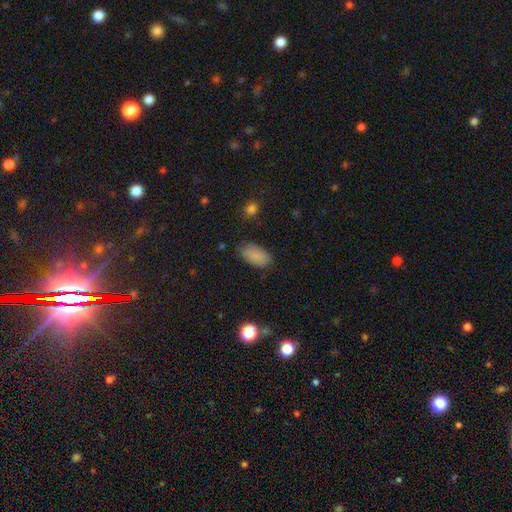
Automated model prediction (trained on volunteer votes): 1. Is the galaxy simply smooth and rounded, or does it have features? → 86% smooth, 8% star or artifact, 6% featured or disk.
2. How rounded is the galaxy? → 93% in between, 3% cigar-shaped, 3% round.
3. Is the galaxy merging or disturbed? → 80% none, 15% minor disturbance, 4% major disturbance, 1% merger.